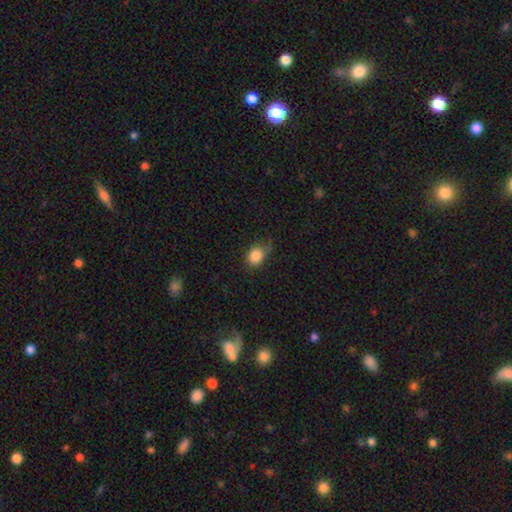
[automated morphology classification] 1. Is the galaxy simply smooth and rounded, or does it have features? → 84% smooth, 10% star or artifact, 6% featured or disk.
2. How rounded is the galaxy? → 57% in between, 42% round, 1% cigar-shaped.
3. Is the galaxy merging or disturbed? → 66% none, 26% minor disturbance, 7% major disturbance, 2% merger.